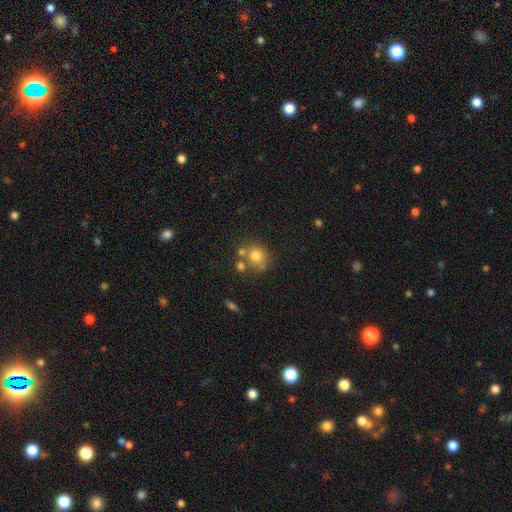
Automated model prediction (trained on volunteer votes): Smooth or featured?
  - smooth: 73% *
  - featured or disk: 15%
  - star or artifact: 12%
How rounded?
  - round: 79% *
  - in between: 20%
  - cigar-shaped: 1%
Merging?
  - none: 54% *
  - merger: 26%
  - minor disturbance: 14%
  - major disturbance: 6%